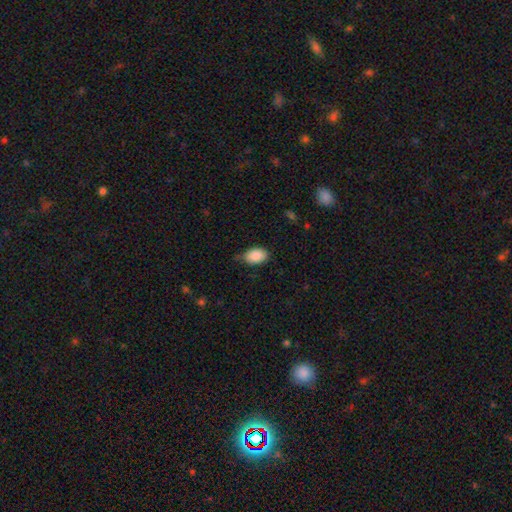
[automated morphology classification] smooth 89%, star or artifact 7%, featured or disk 4%. Down the decision tree: how rounded — in between (87%); merging — none (66%).